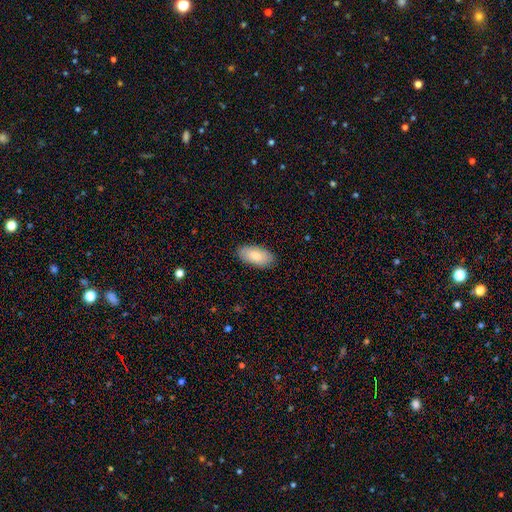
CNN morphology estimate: Smooth or featured?
  - smooth: 79% *
  - featured or disk: 15%
  - star or artifact: 6%
How rounded?
  - in between: 92% *
  - cigar-shaped: 5%
  - round: 2%
Merging?
  - none: 89% *
  - minor disturbance: 9%
  - major disturbance: 2%
  - merger: 1%